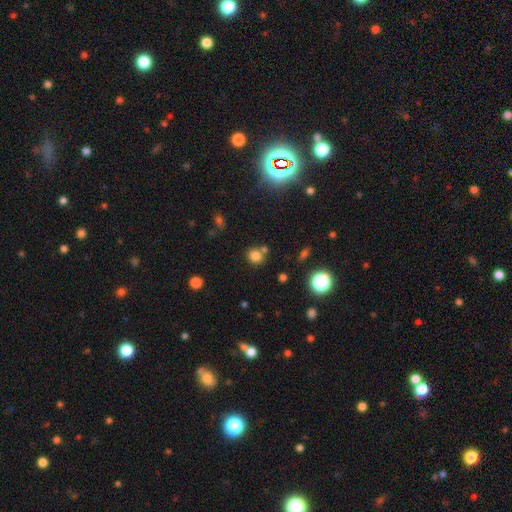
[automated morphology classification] Smooth or featured? Predicted: smooth (p=0.77). How rounded? Predicted: round (p=0.81). Merging? Predicted: none (p=0.70).